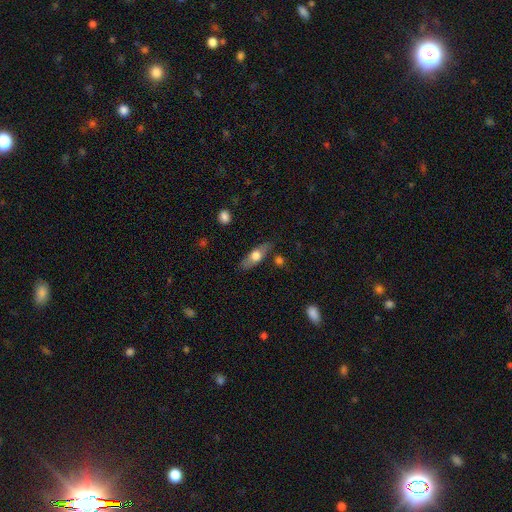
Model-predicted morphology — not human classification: This is possibly a smooth galaxy (57%). How rounded: likely in between (61%). Merging: likely none (80%).